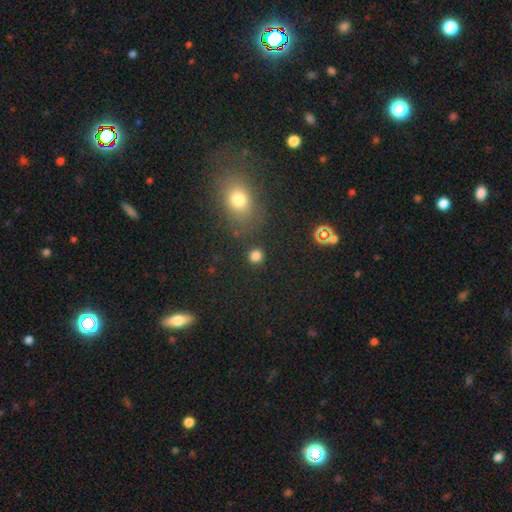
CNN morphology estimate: smooth-or-featured: smooth: 80% | star or artifact: 16% | featured or disk: 4%
  how-rounded: round: 87% | in between: 12% | cigar-shaped: 1%
  merging: none: 86% | minor disturbance: 7% | merger: 4% | major disturbance: 3%